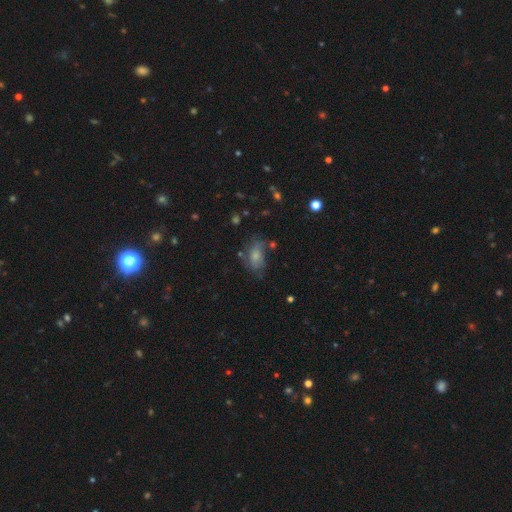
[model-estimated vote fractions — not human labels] Overall: smooth (62%; featured or disk 27%). How rounded: in between (86%). Merging: none (49%; minor disturbance 28%).